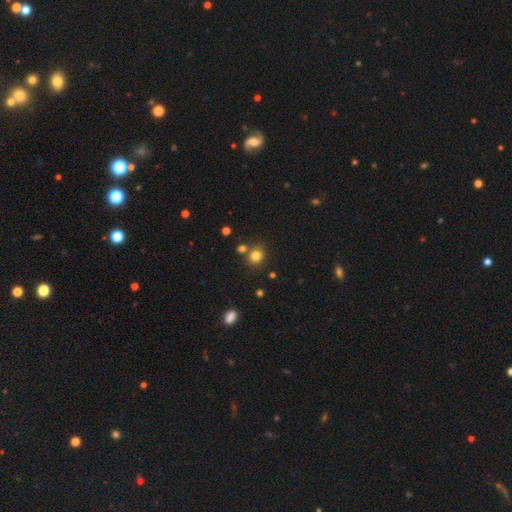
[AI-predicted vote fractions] A smooth galaxy with no disk features (80%) that is round (78%). Merging: none (74%).